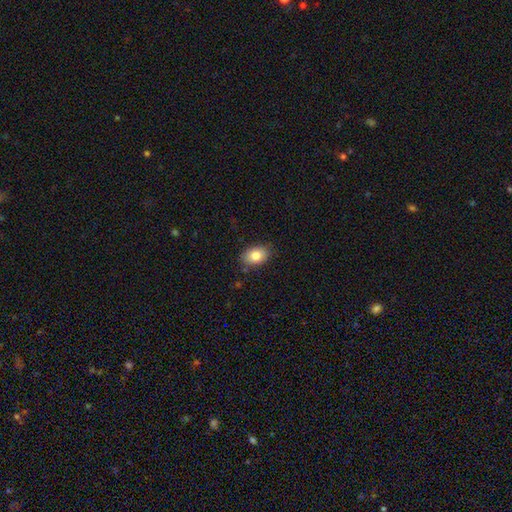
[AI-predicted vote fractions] Overall: smooth (83%). How rounded: in between (84%). Merging: none (83%).